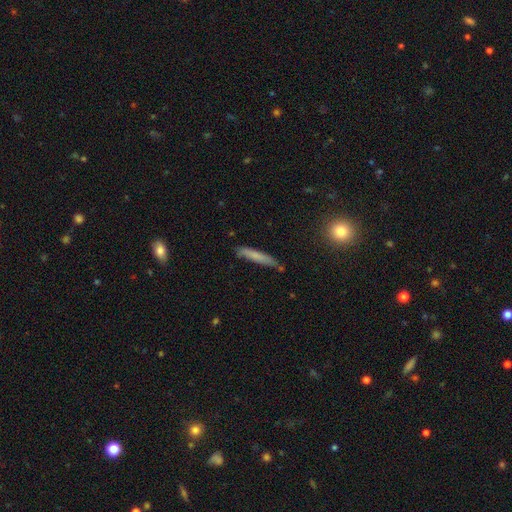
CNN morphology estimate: Smooth or featured?
  - smooth: 71% *
  - featured or disk: 22%
  - star or artifact: 7%
How rounded?
  - cigar-shaped: 93% *
  - in between: 6%
  - round: 2%
Merging?
  - none: 77% *
  - minor disturbance: 17%
  - major disturbance: 3%
  - merger: 3%